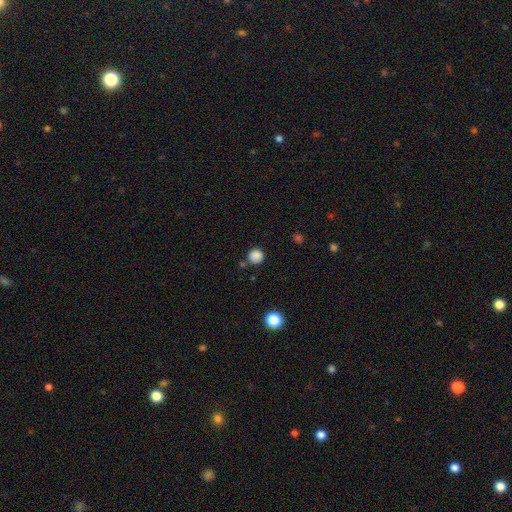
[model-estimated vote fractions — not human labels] This is clearly a smooth galaxy (85%). How rounded: clearly round (92%). Merging: clearly none (81%).